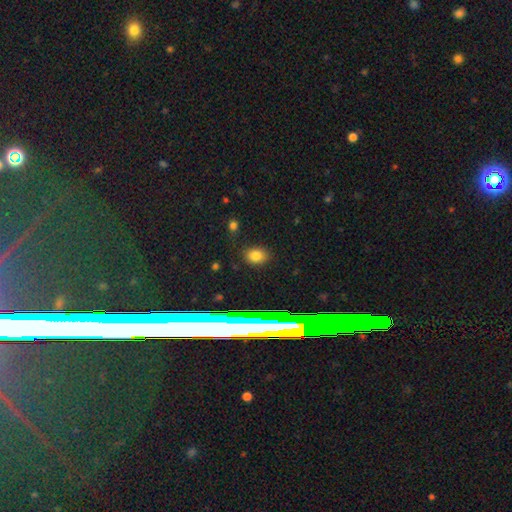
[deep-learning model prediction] A smooth galaxy with no disk features (74%) that is round (68%). Merging: none (86%).